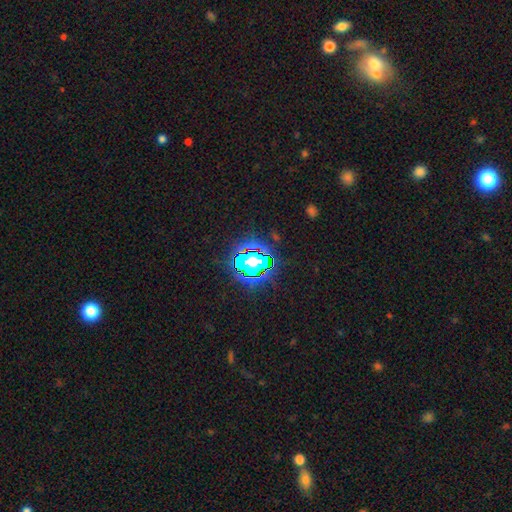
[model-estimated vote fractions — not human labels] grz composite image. It shows a star or artifact, not a galaxy (78%).